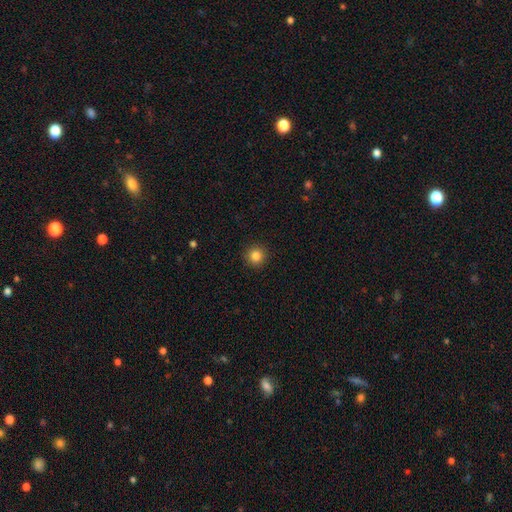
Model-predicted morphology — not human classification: Overall: smooth (84%). How rounded: round (95%). Merging: none (92%).